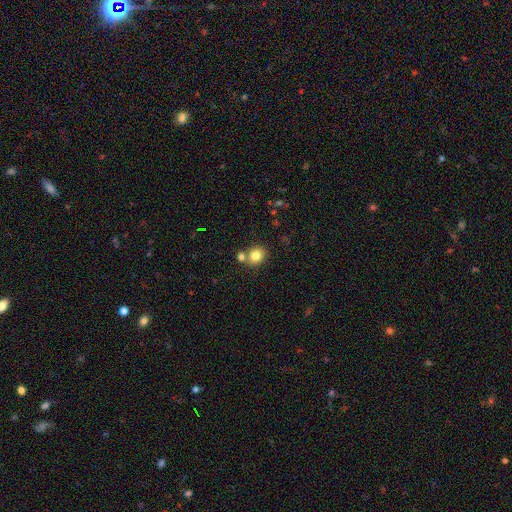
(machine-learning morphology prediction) The model was most divided on "merging": none: 65%, merger: 22%, minor disturbance: 10%, major disturbance: 3%. More confident: smooth or featured — smooth (81%); how rounded — round (74%).